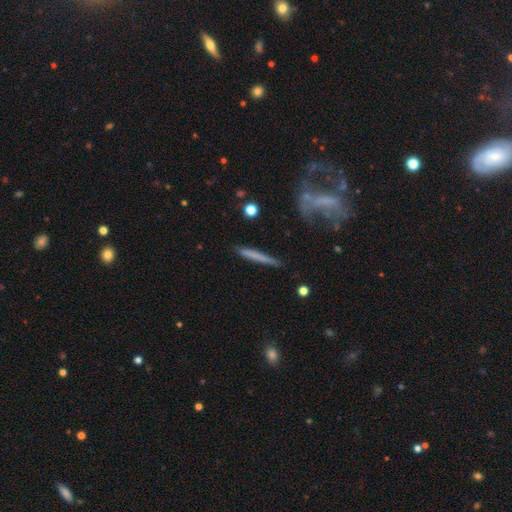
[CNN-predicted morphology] Smooth or featured? smooth (63%)
How rounded? cigar-shaped (95%)
Merging? none (84%)